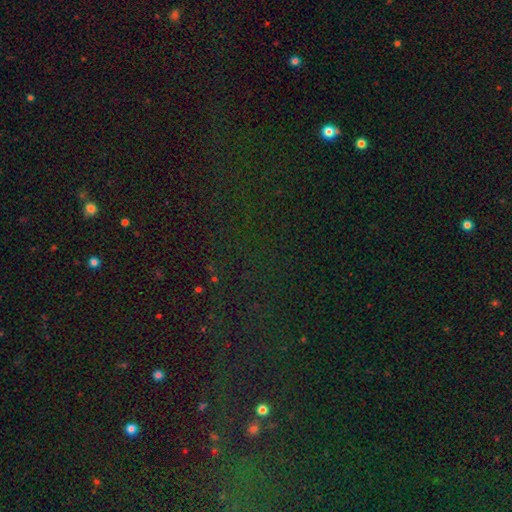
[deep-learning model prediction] A star or artifact, not a galaxy (79%).